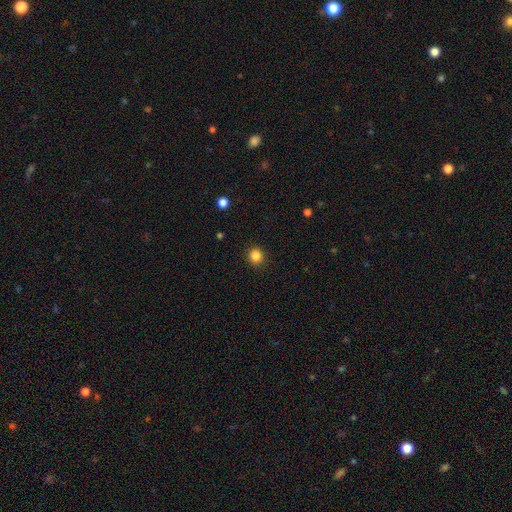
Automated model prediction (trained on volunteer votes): smooth-or-featured: smooth: 84% | star or artifact: 12% | featured or disk: 4%
  how-rounded: round: 91% | in between: 8% | cigar-shaped: 1%
  merging: none: 91% | minor disturbance: 6% | major disturbance: 2% | merger: 1%